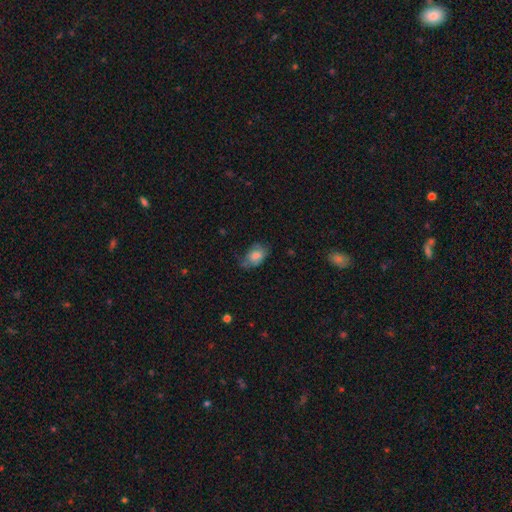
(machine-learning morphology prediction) A smooth galaxy with no disk features (68%) that is in between round and cigar-shaped (81%). Merging: none (51%).